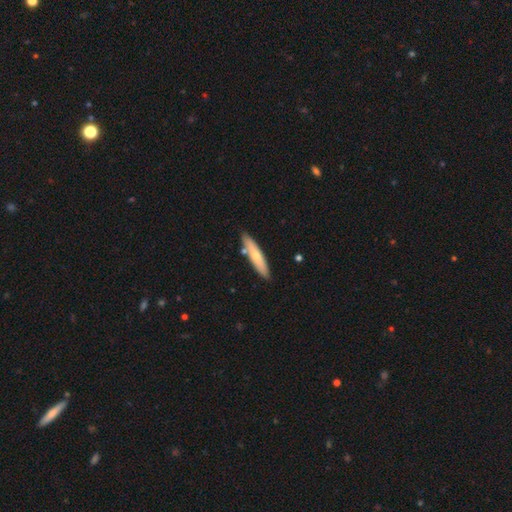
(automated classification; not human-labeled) This appears to be a smooth galaxy with no disk features (62%) that is cigar-shaped (83%). Merging: none (81%).